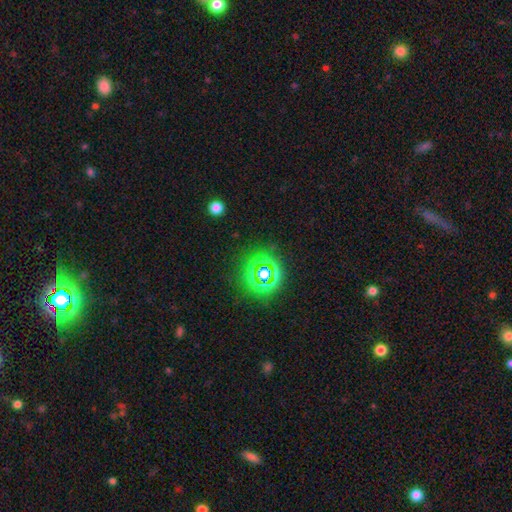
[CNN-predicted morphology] smooth_or_featured: star or artifact (p=0.59) [alt: smooth p=0.34]